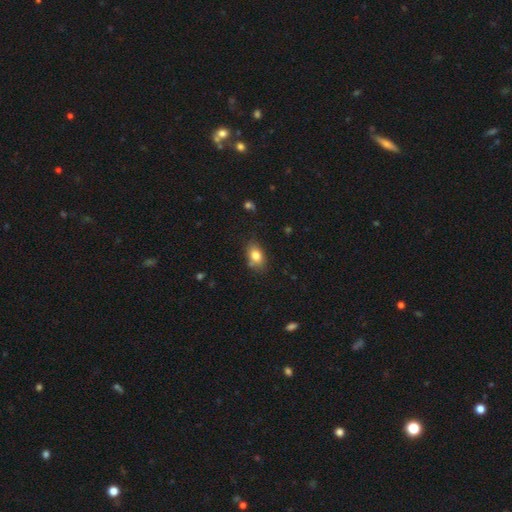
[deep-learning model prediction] Morphology: type=smooth (81%); roundness=in between (84%); merging=none (74%).